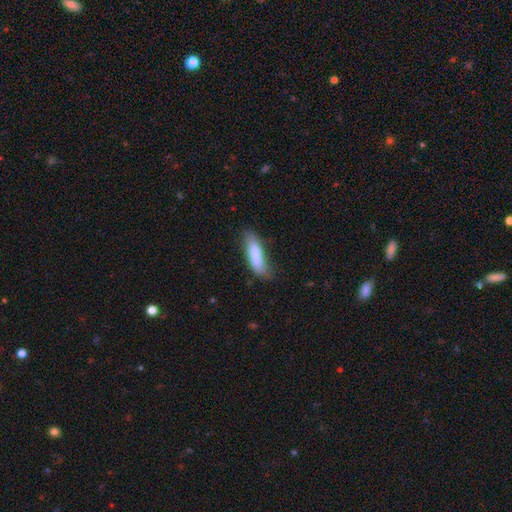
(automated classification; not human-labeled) Q: Smooth or featured?
A: smooth (77%); runner-up: featured or disk (16%)
Q: How rounded?
A: cigar-shaped (58%); runner-up: in between (40%)
Q: Merging?
A: none (56%); runner-up: minor disturbance (28%)